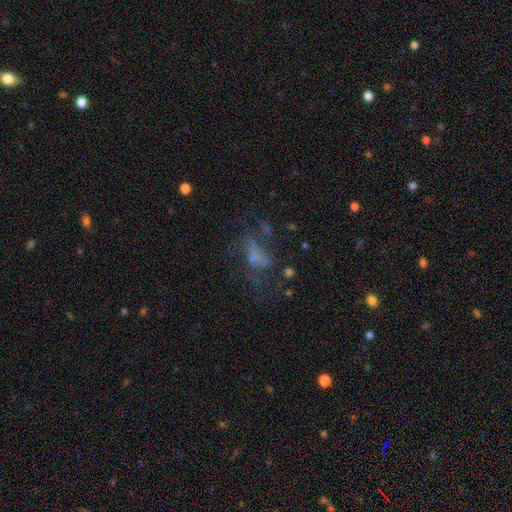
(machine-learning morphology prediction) smooth-or-featured: featured or disk: 40% | smooth: 38% | star or artifact: 22%
  merging: major disturbance: 41% | none: 34% | minor disturbance: 17% | merger: 8%